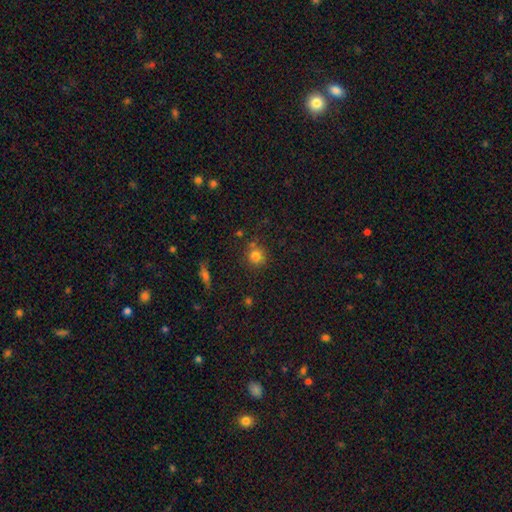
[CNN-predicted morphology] A smooth galaxy with no disk features (79%) that is round (90%). Merging: none (76%).